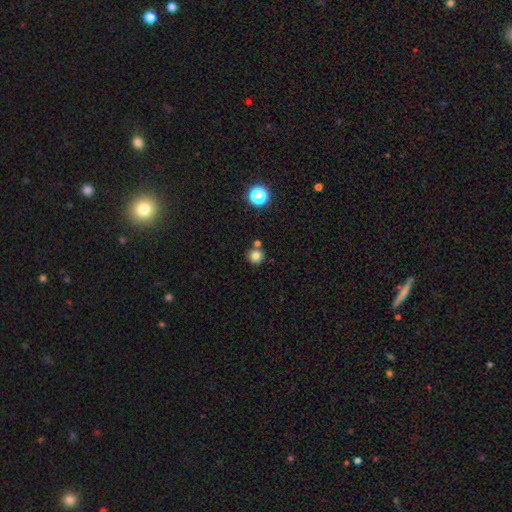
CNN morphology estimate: Smooth or featured? Predicted: smooth (p=0.80). How rounded? Predicted: round (p=0.93). Merging? Predicted: none (p=0.72).